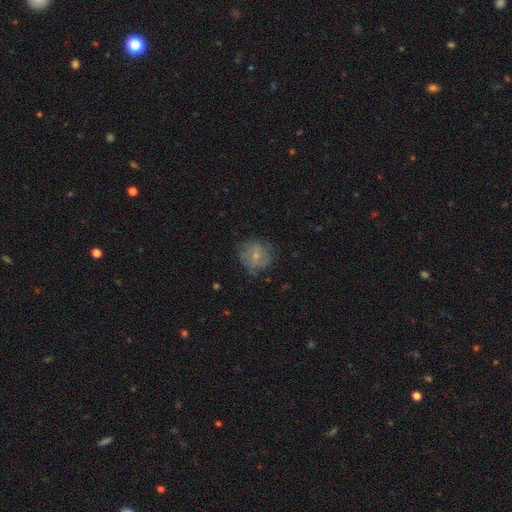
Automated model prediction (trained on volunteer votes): smooth_or_featured: smooth (p=0.59) [alt: featured or disk p=0.31]
how_rounded: round (p=0.83) [alt: in between p=0.16]
merging: none (p=0.68) [alt: minor disturbance p=0.21]